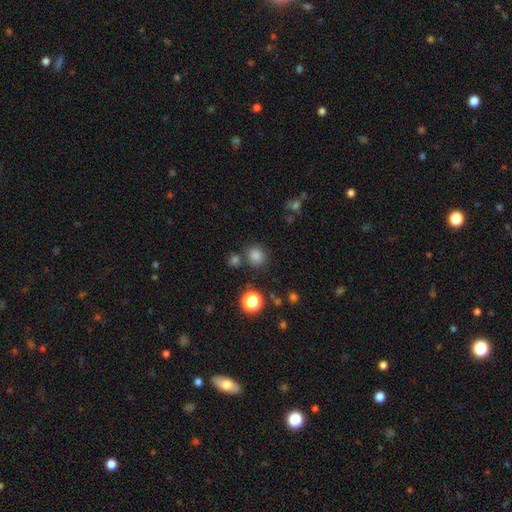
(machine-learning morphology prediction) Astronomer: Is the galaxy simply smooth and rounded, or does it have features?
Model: smooth — 80%.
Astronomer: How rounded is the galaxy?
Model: round — 82%.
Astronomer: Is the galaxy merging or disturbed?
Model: none — 77%.